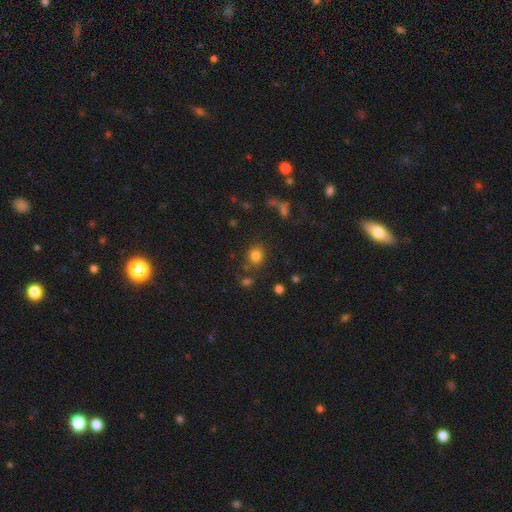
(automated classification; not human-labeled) Overall: smooth (81%). How rounded: round (74%). Merging: none (76%).